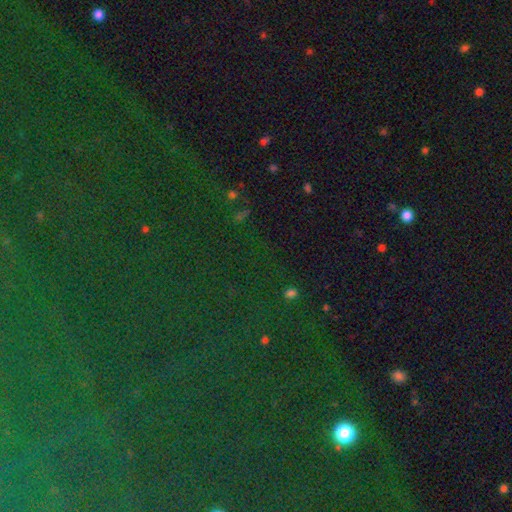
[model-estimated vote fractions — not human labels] Smooth or featured? Predicted: star or artifact (p=0.80).